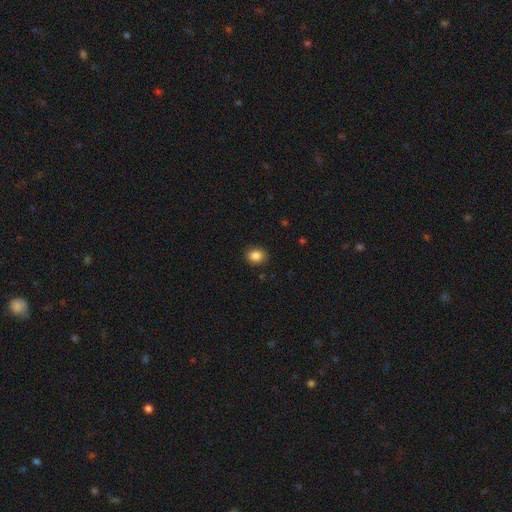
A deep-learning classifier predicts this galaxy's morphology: Smooth or featured?
  - smooth: 87% *
  - star or artifact: 9%
  - featured or disk: 4%
How rounded?
  - in between: 51% *
  - round: 48%
  - cigar-shaped: 1%
Merging?
  - none: 87% *
  - minor disturbance: 10%
  - major disturbance: 2%
  - merger: 1%